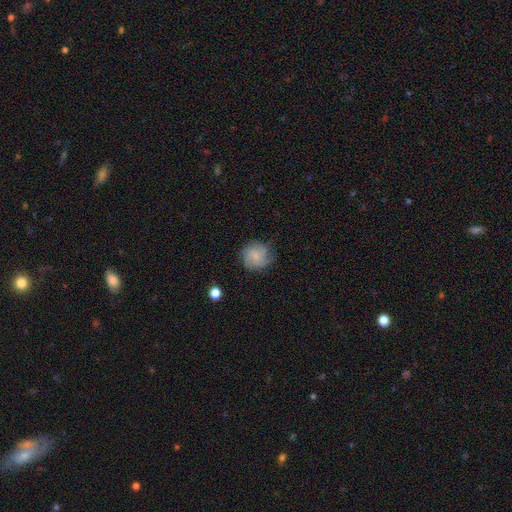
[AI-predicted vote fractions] The model was most divided on "smooth or featured": featured or disk: 52%, smooth: 39%, star or artifact: 9%. More confident: edge-on disk — no (98%); spiral arms — yes (91%); merging — none (76%); bar — no (74%); bulge size — small (56%).